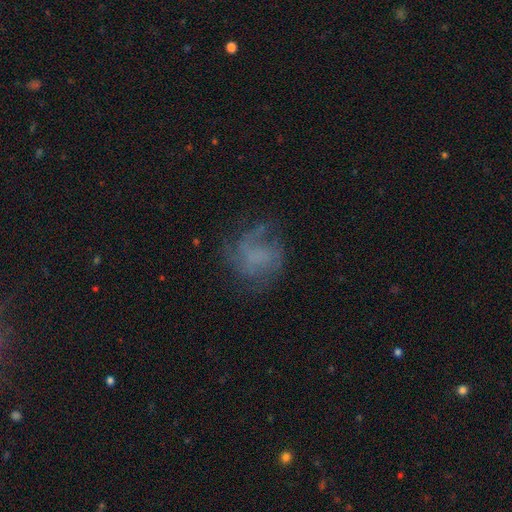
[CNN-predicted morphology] featured or disk 57%, smooth 28%, star or artifact 14%. Down the decision tree: edge-on disk — no (98%); bar — no (74%); spiral arms — yes (72%); bulge size — none (69%); merging — none (56%).